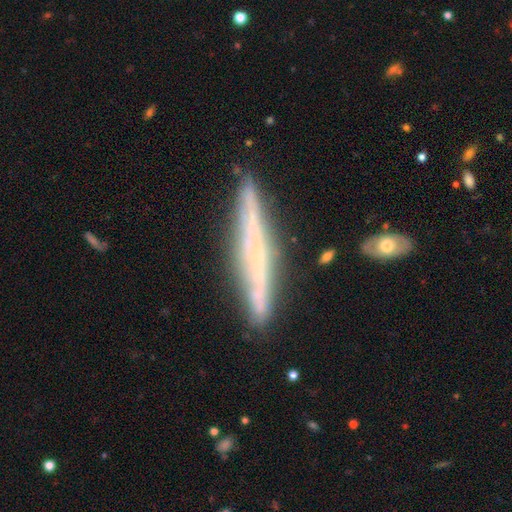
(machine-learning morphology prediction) This appears to be a featured or disk galaxy (70%) viewed edge-on (94%) with no central bulge (69%). Merging: none (82%).